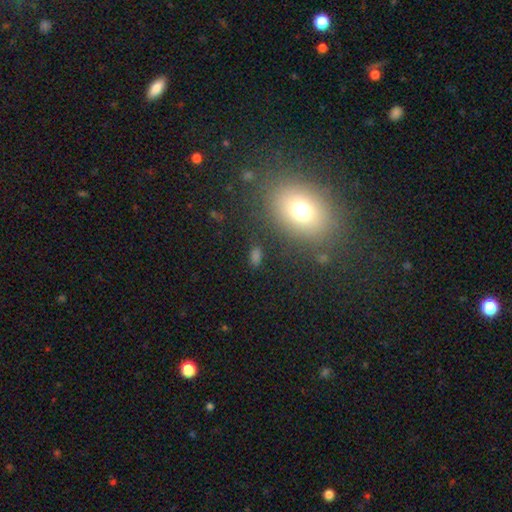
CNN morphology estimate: This is likely a smooth galaxy (68%). How rounded: likely in between (74%). Merging: likely none (79%).